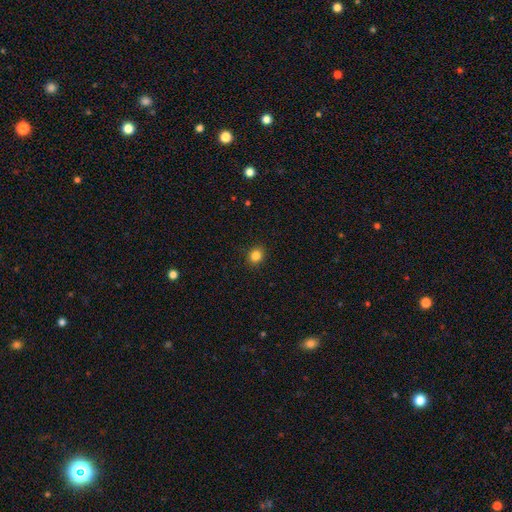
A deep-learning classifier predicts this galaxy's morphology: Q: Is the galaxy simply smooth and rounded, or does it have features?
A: smooth — 84%.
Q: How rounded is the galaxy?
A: round — 74%.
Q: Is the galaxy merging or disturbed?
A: none — 91%.